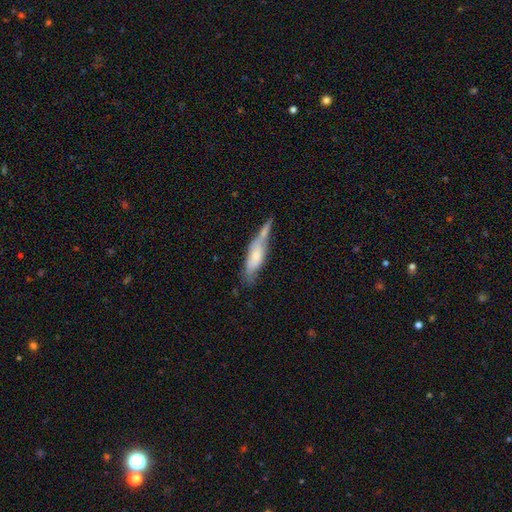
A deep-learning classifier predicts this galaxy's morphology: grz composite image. It shows a smooth galaxy with no disk features (57%) that is cigar-shaped (57%). Merging: none (33%, tied with merger).